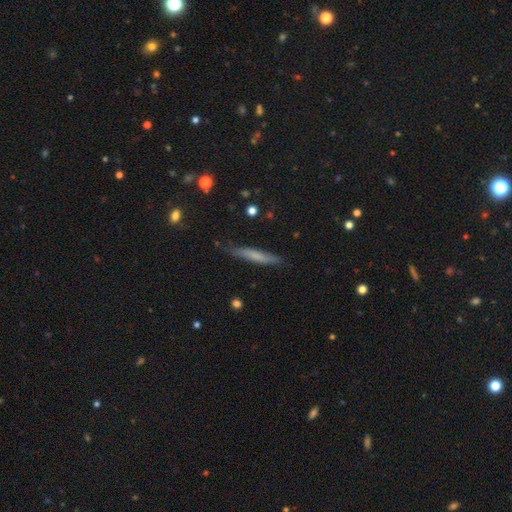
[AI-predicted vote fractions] smooth 61%, featured or disk 33%, star or artifact 6%. Down the decision tree: how rounded — cigar-shaped (94%); merging — none (81%).